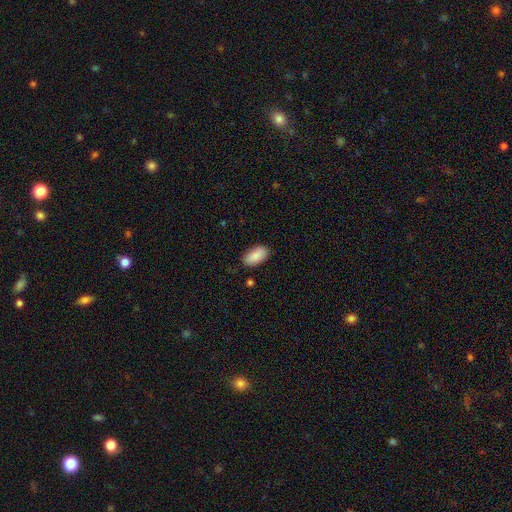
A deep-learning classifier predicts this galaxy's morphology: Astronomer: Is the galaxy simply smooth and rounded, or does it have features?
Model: smooth — 89%.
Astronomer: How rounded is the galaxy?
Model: in between — 93%.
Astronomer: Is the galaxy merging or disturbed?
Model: none — 85%.